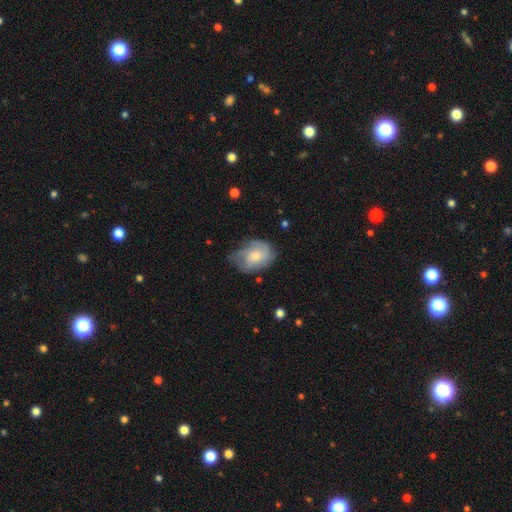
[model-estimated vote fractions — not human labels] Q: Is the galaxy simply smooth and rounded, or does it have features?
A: smooth — 50%.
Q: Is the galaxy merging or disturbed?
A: none — 48%.